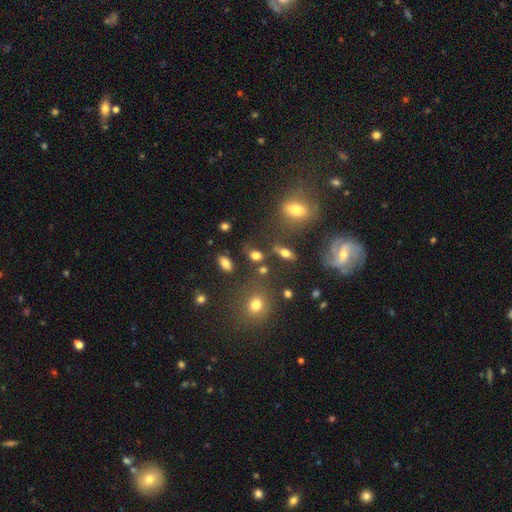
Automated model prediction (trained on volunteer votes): A smooth galaxy with no disk features (69%) that is in between round and cigar-shaped (70%).

Vote fractions:
- Smooth or featured? smooth: 69% / star or artifact: 16% / featured or disk: 15%
- How rounded? in between: 70% / round: 25% / cigar-shaped: 5%
- Merging? none: 65% / minor disturbance: 14% / merger: 13% / major disturbance: 7%